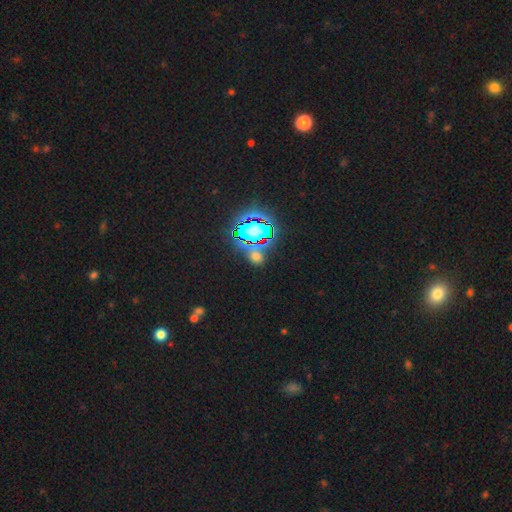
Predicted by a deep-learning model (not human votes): The model was most divided on "smooth or featured": star or artifact: 53%, smooth: 37%, featured or disk: 10%.